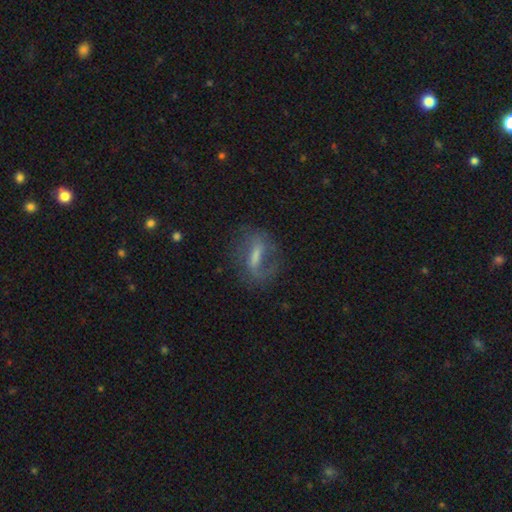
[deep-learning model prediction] This is likely a featured or disk galaxy (62%). It is clearly not viewed edge-on (87%). Bar: possibly strong (53%). Spiral arm pattern: likely yes (70%). Central bulge: marginally none (32%). Merging: likely none (62%).